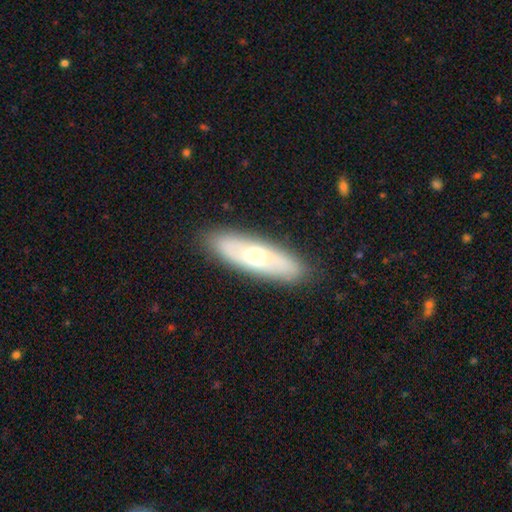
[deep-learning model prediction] Smooth or featured? featured or disk (51%)
Edge-on disk? no (66%)
Merging? none (87%)